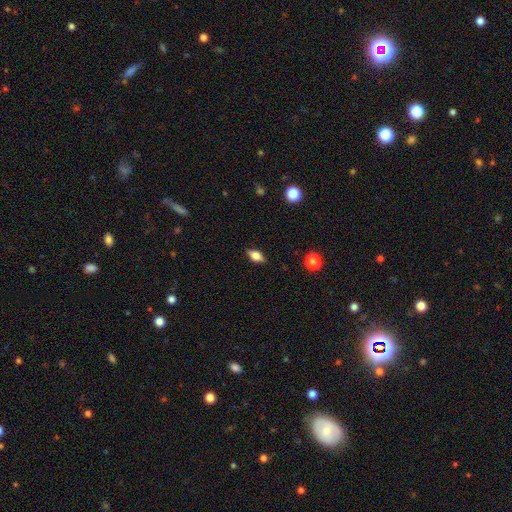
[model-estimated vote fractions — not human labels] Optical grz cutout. It shows a smooth galaxy with no disk features (70%) that is in between round and cigar-shaped (83%). Merging: none (86%).